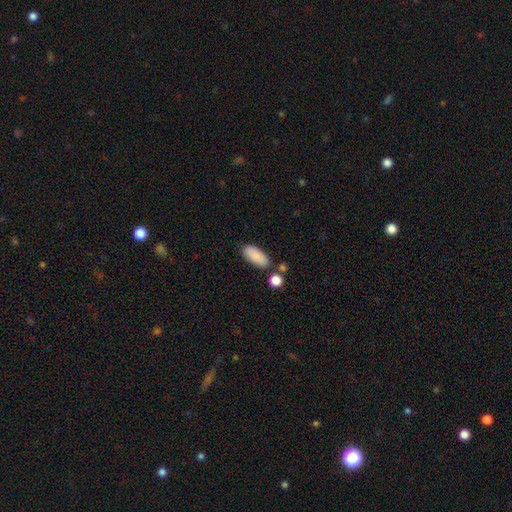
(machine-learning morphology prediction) type=smooth (89%); roundness=in between (87%); merging=none (77%).